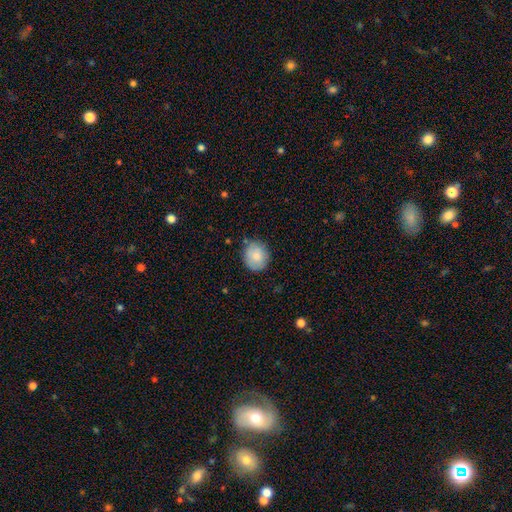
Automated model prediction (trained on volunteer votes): Smooth or featured: smooth — 80% (featured or disk — 13%)
How rounded: round — 73% (in between — 26%)
Merging: none — 79% (minor disturbance — 16%)